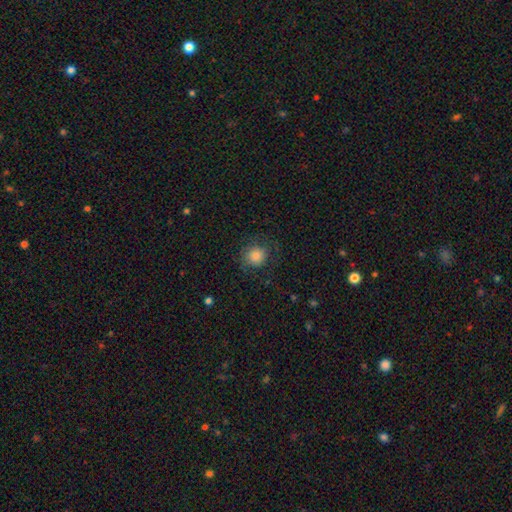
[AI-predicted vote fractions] Q: Smooth or featured?
A: smooth (79%); runner-up: featured or disk (11%)
Q: How rounded?
A: round (85%); runner-up: in between (14%)
Q: Merging?
A: none (74%); runner-up: minor disturbance (15%)